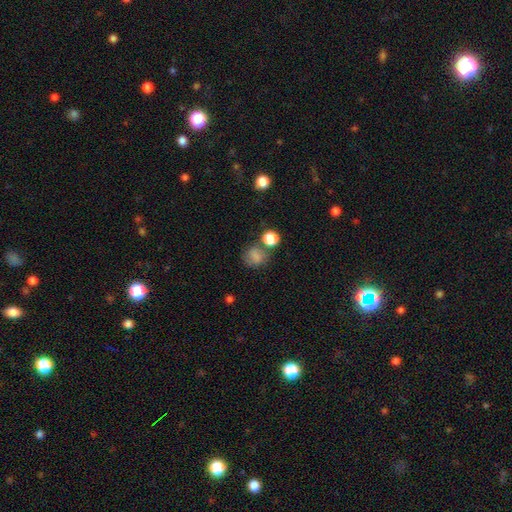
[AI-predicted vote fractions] smooth_or_featured: smooth (p=0.74) [alt: star or artifact p=0.14]
how_rounded: round (p=0.71) [alt: in between p=0.27]
merging: none (p=0.59) [alt: minor disturbance p=0.17]